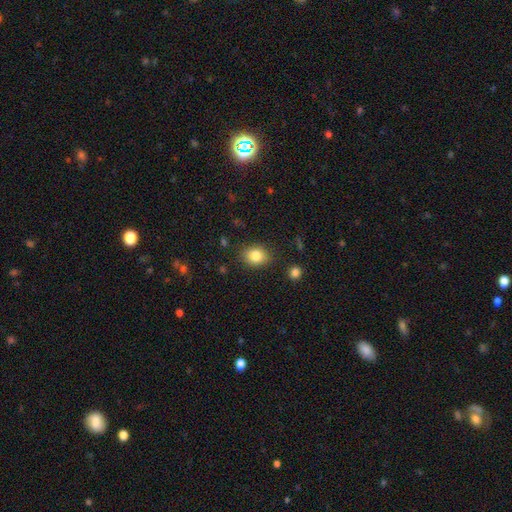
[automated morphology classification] This appears to be a smooth galaxy with no disk features (82%) that is in between round and cigar-shaped (51%). Merging: none (85%).